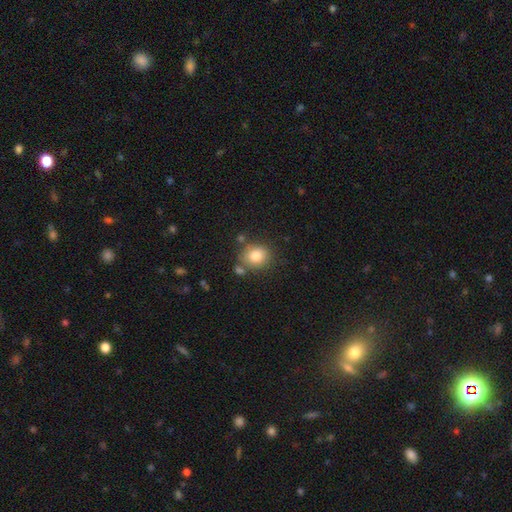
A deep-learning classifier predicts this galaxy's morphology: A smooth galaxy with no disk features (82%) that is round (72%). Merging: none (72%).